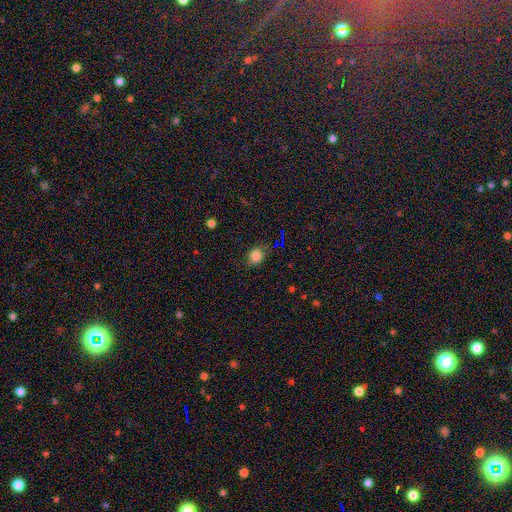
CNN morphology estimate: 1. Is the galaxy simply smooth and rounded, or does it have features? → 80% smooth, 14% star or artifact, 5% featured or disk.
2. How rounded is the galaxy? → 62% round, 37% in between, 1% cigar-shaped.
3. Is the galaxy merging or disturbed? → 76% none, 18% minor disturbance, 5% major disturbance, 2% merger.